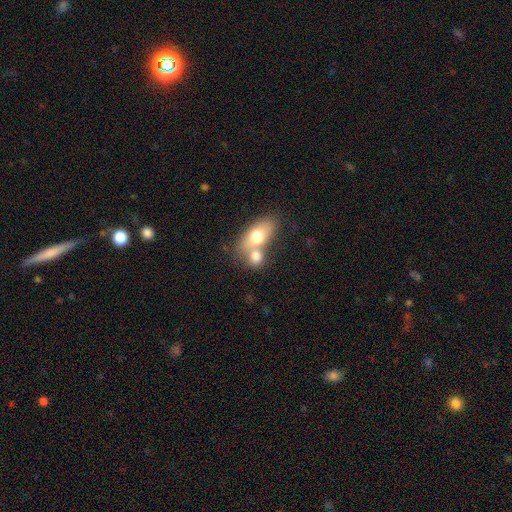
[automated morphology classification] This appears to be a smooth galaxy with no disk features (70%) that is in between round and cigar-shaped (74%). Merging: merger (60%).